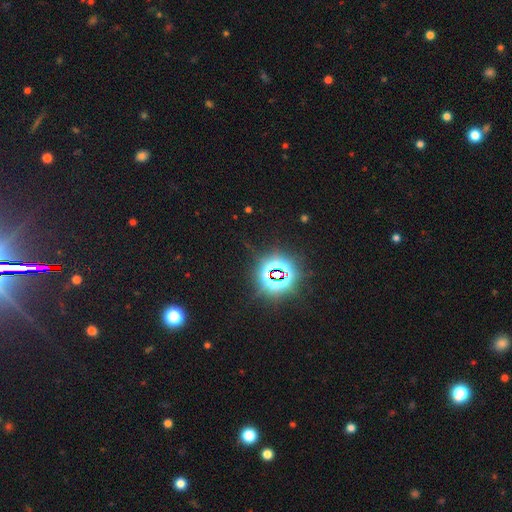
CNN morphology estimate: The model was most divided on "smooth or featured": star or artifact: 82%, smooth: 11%, featured or disk: 7%.